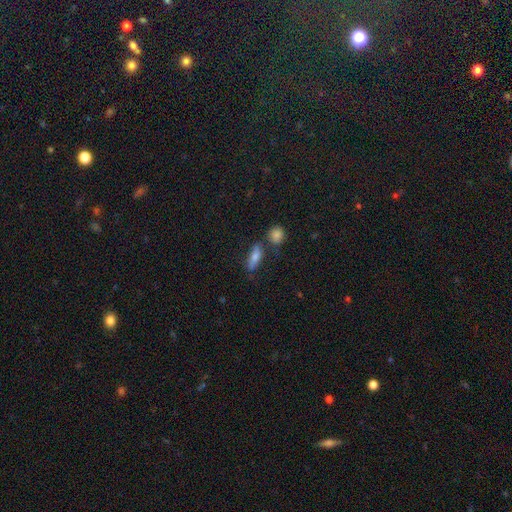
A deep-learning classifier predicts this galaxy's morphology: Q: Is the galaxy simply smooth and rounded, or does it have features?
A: smooth — 67%.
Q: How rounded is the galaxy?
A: cigar-shaped — 48%.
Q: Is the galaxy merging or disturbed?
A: none — 65%.